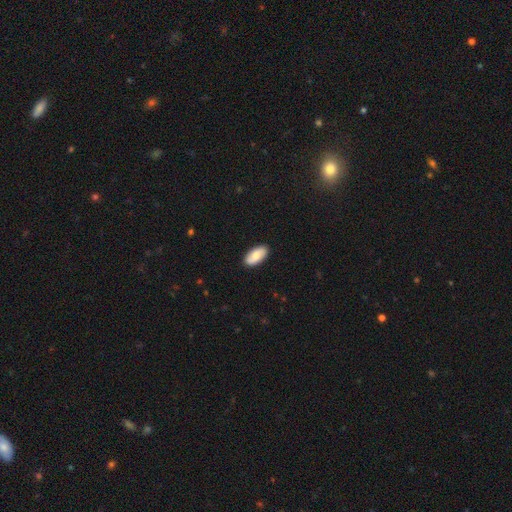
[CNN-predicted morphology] Smooth or featured: smooth — 72% (featured or disk — 22%)
How rounded: in between — 93% (cigar-shaped — 5%)
Merging: none — 88% (minor disturbance — 9%)